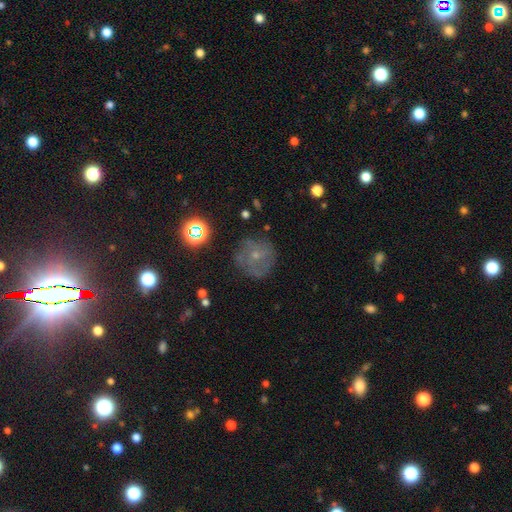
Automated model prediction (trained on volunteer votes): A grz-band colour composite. It shows a smooth galaxy with no disk features (44%). Merging: none (70%).